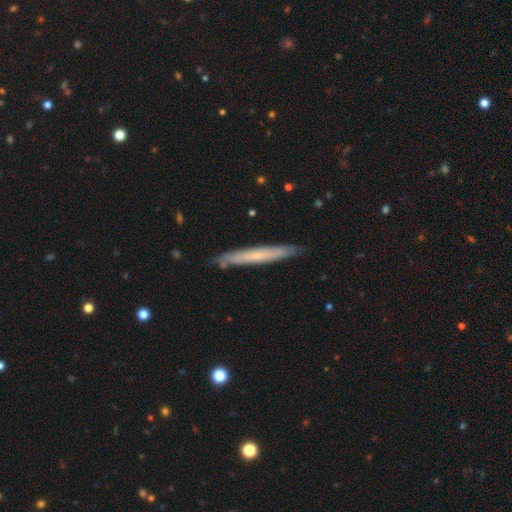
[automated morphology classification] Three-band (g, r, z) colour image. It shows a smooth galaxy with no disk features (49%). Merging: none (87%).